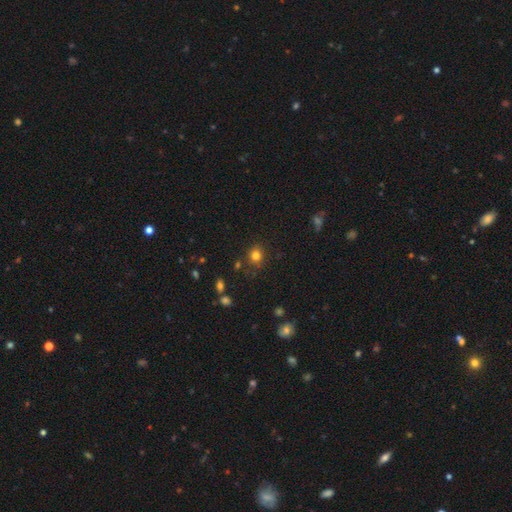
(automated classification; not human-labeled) Smooth or featured: smooth — 79% (star or artifact — 14%)
How rounded: round — 79% (in between — 20%)
Merging: none — 82% (minor disturbance — 11%)